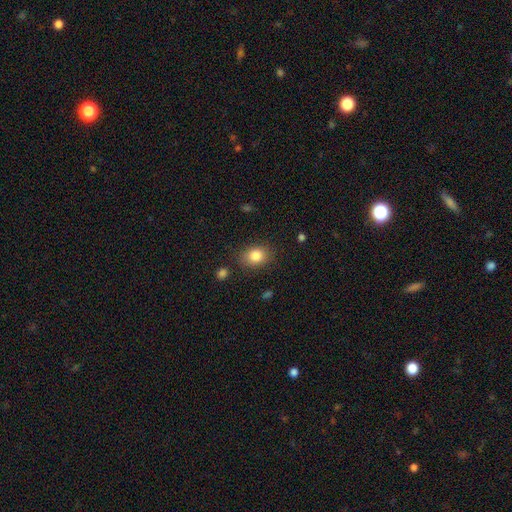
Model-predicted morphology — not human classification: This appears to be a smooth galaxy with no disk features (84%) that is in between round and cigar-shaped (59%). Merging: none (82%).